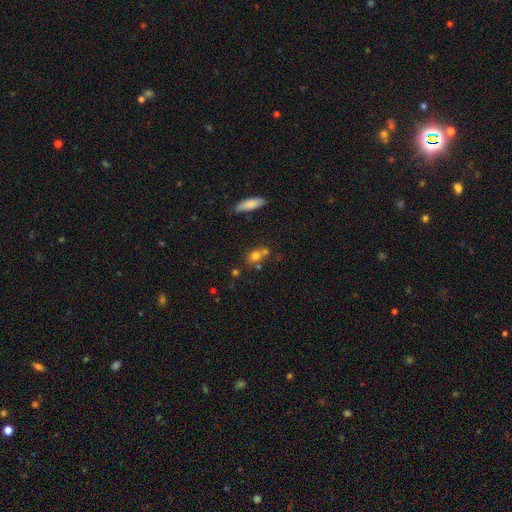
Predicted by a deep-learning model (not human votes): Q: Smooth or featured?
A: smooth (73%); runner-up: featured or disk (14%)
Q: How rounded?
A: round (57%); runner-up: in between (39%)
Q: Merging?
A: none (50%); runner-up: merger (33%)